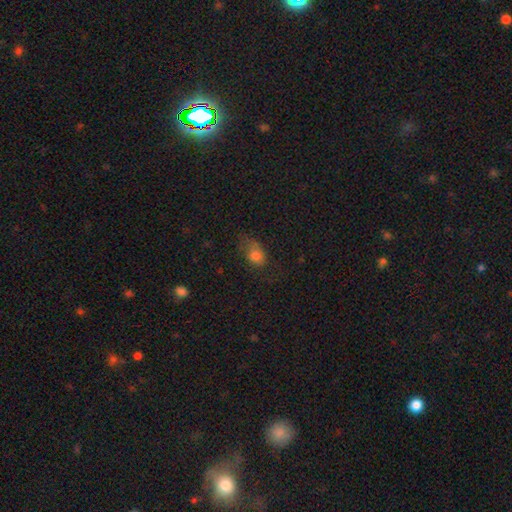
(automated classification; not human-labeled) Overall: smooth (74%). How rounded: in between (69%). Merging: none (39%; minor disturbance 31%).